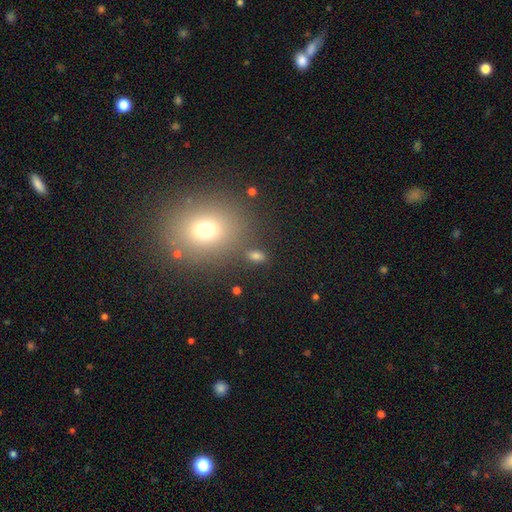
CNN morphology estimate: smooth 74%, star or artifact 18%, featured or disk 8%. Down the decision tree: how rounded — in between (75%); merging — none (75%).